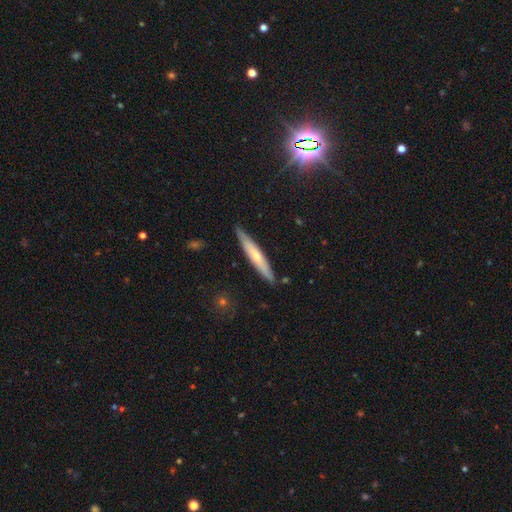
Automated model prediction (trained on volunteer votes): smooth 48%, featured or disk 46%, star or artifact 6%. Down the decision tree: merging — none (86%).